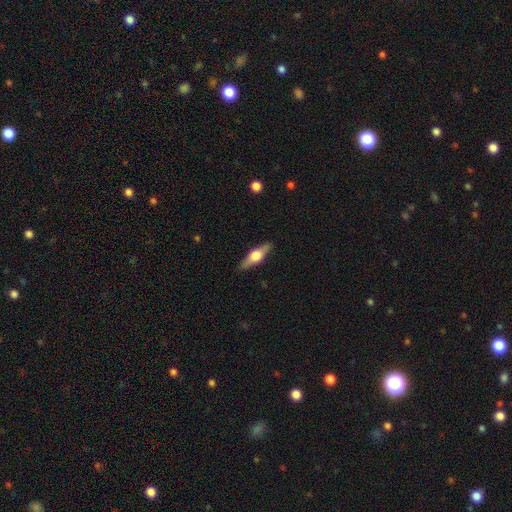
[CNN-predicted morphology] type=featured or disk (61%); edge-on=yes (94%); edge-on bulge=rounded (93%); merging=none (88%).